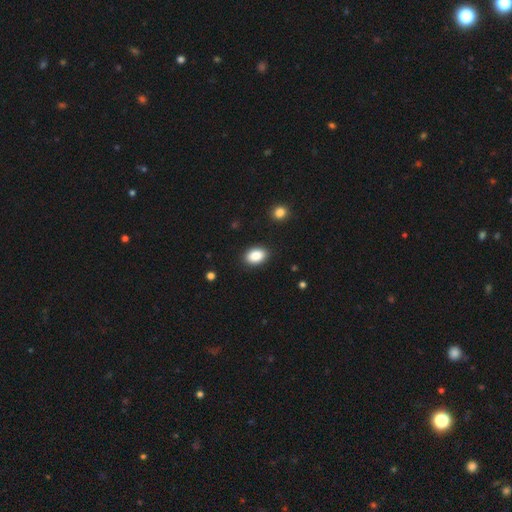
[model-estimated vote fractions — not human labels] Morphology: type=smooth (88%); roundness=in between (83%); merging=none (89%).